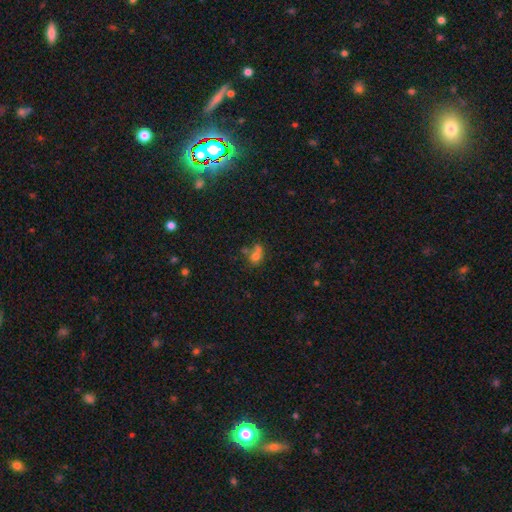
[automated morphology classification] smooth-or-featured: smooth: 66% | featured or disk: 17% | star or artifact: 17%
  how-rounded: round: 59% | in between: 39% | cigar-shaped: 2%
  merging: merger: 44% | none: 33% | minor disturbance: 14% | major disturbance: 10%